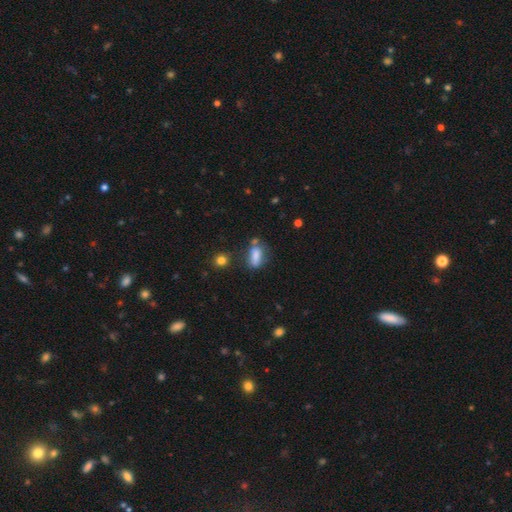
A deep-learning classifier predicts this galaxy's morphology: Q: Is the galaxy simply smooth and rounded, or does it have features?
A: smooth — 70%.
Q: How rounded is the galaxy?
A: in between — 76%.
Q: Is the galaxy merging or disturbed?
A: none — 51%.